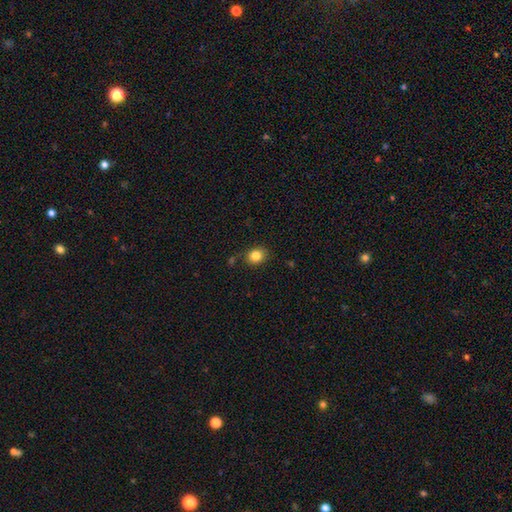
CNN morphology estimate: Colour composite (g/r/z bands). It shows a smooth galaxy with no disk features (84%) that is round (64%). Merging: none (81%).